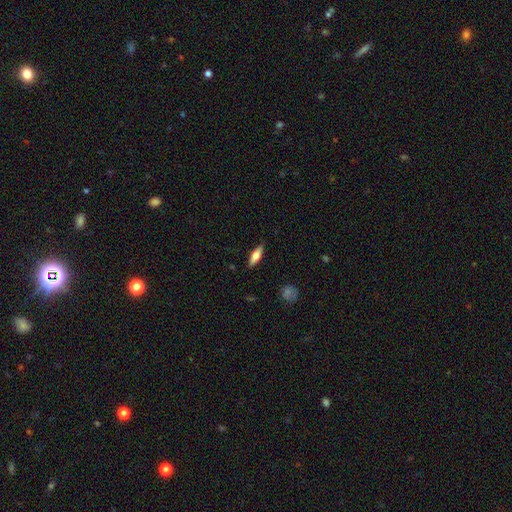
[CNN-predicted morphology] Smooth or featured? Predicted: smooth (p=0.60). How rounded? Predicted: in between (p=0.53). Merging? Predicted: none (p=0.88).